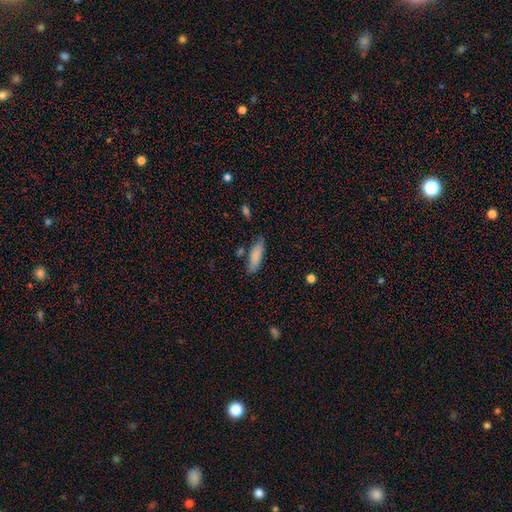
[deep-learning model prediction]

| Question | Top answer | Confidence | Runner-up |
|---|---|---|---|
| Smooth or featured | smooth | 82% | featured or disk (11%) |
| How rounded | cigar-shaped | 49% | tied: in between (49%) |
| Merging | none | 76% | minor disturbance (17%) |